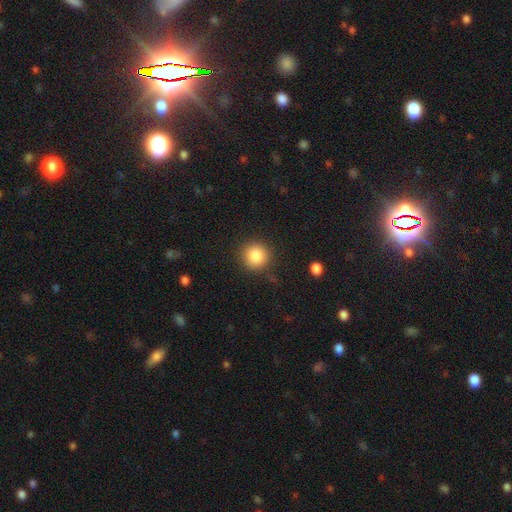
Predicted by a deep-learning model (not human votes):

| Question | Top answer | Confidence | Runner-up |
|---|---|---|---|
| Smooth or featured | smooth | 85% | star or artifact (10%) |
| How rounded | round | 93% | in between (6%) |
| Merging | none | 86% | minor disturbance (9%) |